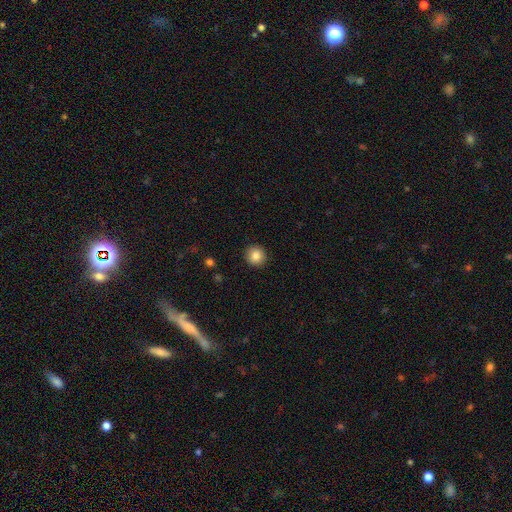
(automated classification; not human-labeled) smooth 85%, star or artifact 9%, featured or disk 6%. Down the decision tree: how rounded — round (94%); merging — none (92%).